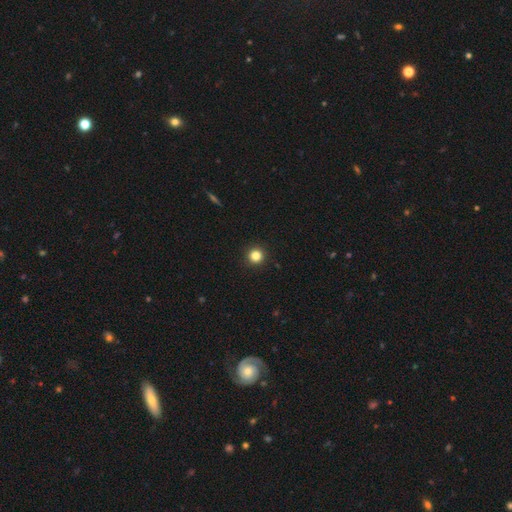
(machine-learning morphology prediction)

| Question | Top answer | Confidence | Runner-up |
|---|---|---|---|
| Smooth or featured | smooth | 84% | star or artifact (12%) |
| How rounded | round | 96% | in between (3%) |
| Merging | none | 93% | minor disturbance (4%) |